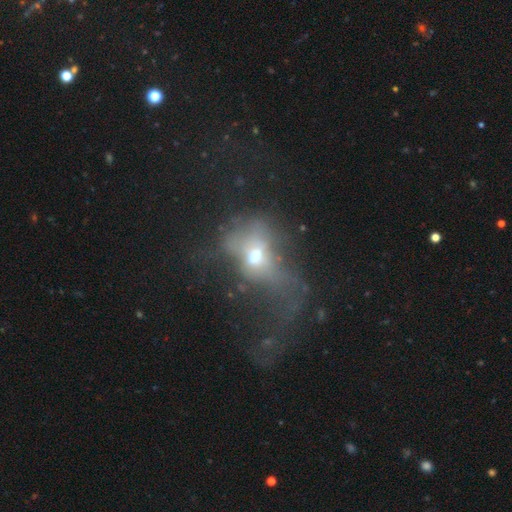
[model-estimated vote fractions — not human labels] Q: Smooth or featured?
A: smooth (45%); runner-up: featured or disk (37%)
Q: Merging?
A: major disturbance (62%); runner-up: none (17%)